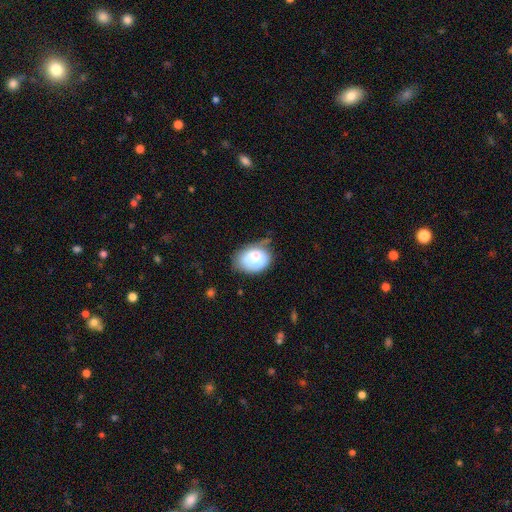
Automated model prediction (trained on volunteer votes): Smooth or featured?
  - smooth: 68% *
  - featured or disk: 24%
  - star or artifact: 7%
How rounded?
  - in between: 70% *
  - round: 29%
  - cigar-shaped: 1%
Merging?
  - none: 45% *
  - minor disturbance: 38%
  - major disturbance: 13%
  - merger: 4%